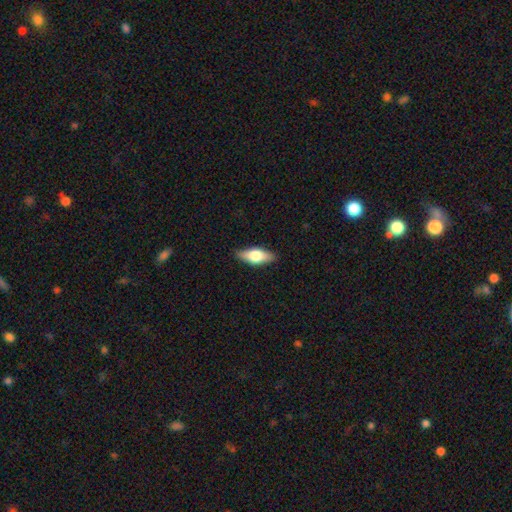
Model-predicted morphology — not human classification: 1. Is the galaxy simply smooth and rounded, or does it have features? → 62% smooth, 32% featured or disk, 6% star or artifact.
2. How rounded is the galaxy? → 75% in between, 21% cigar-shaped, 3% round.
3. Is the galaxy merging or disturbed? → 88% none, 9% minor disturbance, 2% major disturbance, 1% merger.